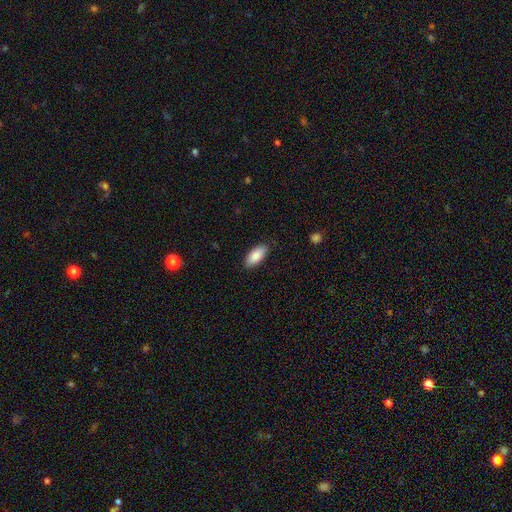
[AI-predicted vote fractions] smooth 87%, featured or disk 7%, star or artifact 6%. Down the decision tree: how rounded — in between (88%); merging — none (86%).